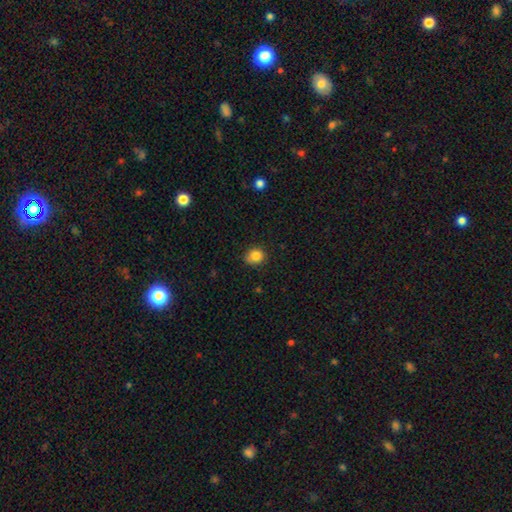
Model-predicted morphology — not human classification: Q: Smooth or featured?
A: smooth (84%); runner-up: star or artifact (11%)
Q: How rounded?
A: round (76%); runner-up: in between (23%)
Q: Merging?
A: none (79%); runner-up: minor disturbance (17%)